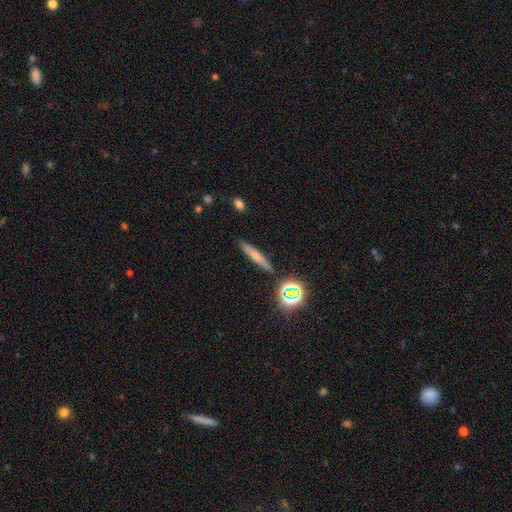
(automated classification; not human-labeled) Smooth or featured? Predicted: smooth (p=0.62). How rounded? Predicted: cigar-shaped (p=0.89). Merging? Predicted: none (p=0.86).